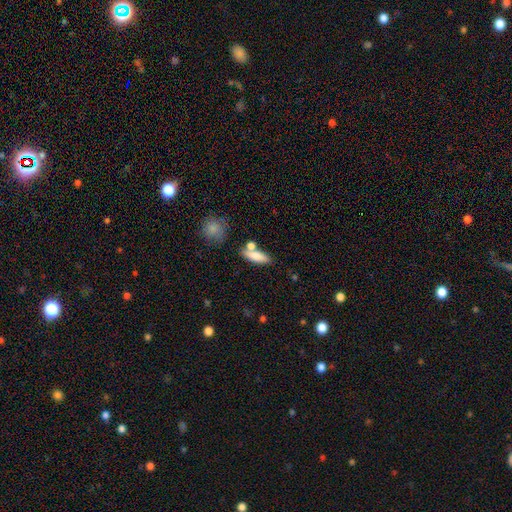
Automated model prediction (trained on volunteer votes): Smooth or featured? smooth (79%)
How rounded? in between (56%)
Merging? none (60%)